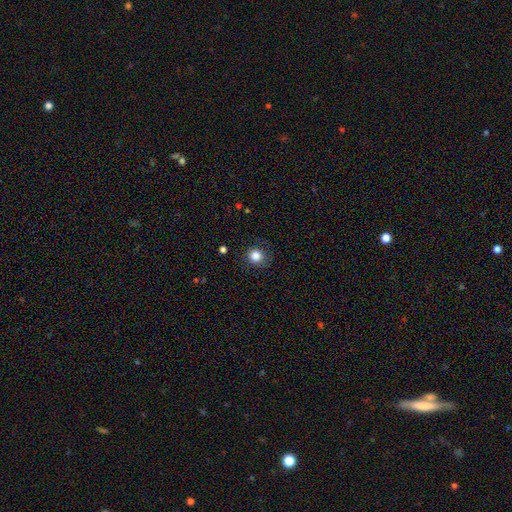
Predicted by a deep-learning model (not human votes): A smooth galaxy with no disk features (84%) that is round (89%).

Vote fractions:
- Smooth or featured? smooth: 84% / star or artifact: 11% / featured or disk: 5%
- How rounded? round: 89% / in between: 10% / cigar-shaped: 1%
- Merging? none: 85% / minor disturbance: 10% / major disturbance: 4% / merger: 1%